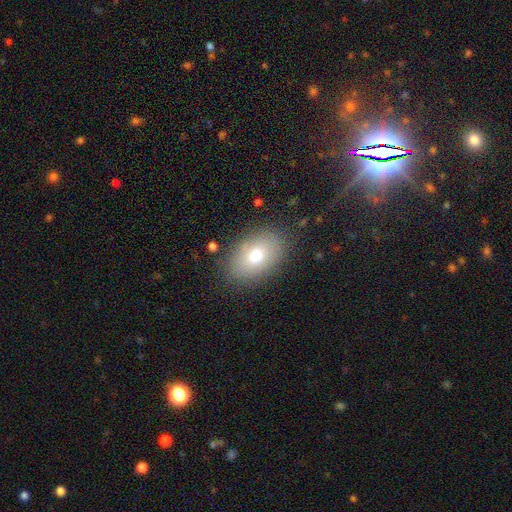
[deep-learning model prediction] smooth 74%, featured or disk 17%, star or artifact 9%. Down the decision tree: how rounded — in between (86%); merging — none (83%).